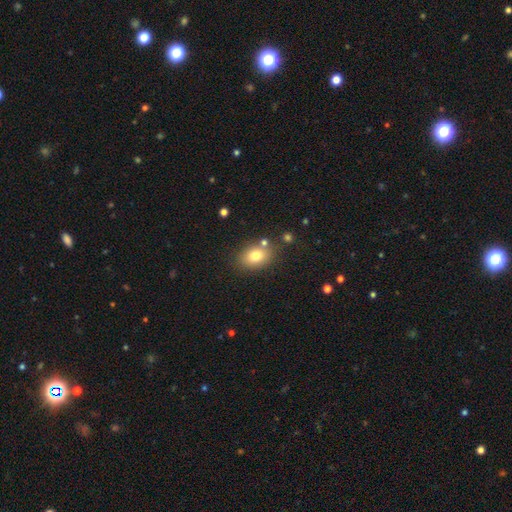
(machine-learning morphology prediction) This is likely a smooth galaxy (78%). How rounded: likely in between (71%). Merging: likely none (76%).